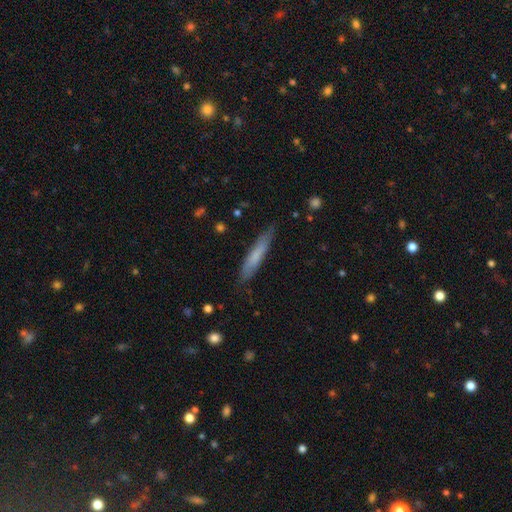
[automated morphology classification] Smooth or featured? Predicted: smooth (p=0.67). How rounded? Predicted: cigar-shaped (p=0.92). Merging? Predicted: none (p=0.81).